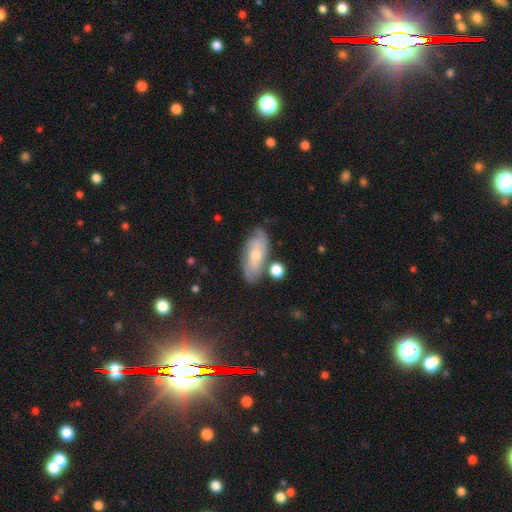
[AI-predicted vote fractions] A featured or disk galaxy (52%). Merging: none (69%).